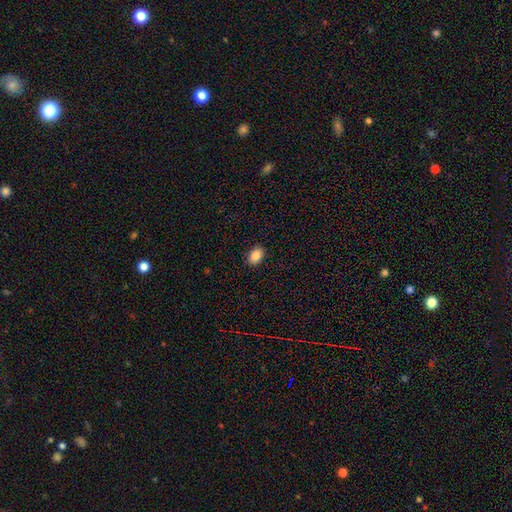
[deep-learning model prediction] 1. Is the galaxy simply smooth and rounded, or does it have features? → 87% smooth, 8% star or artifact, 4% featured or disk.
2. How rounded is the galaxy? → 82% in between, 17% round, 1% cigar-shaped.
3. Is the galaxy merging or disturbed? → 89% none, 8% minor disturbance, 2% major disturbance, 1% merger.